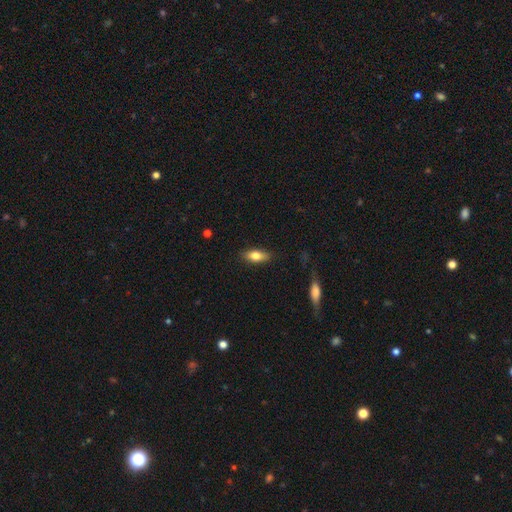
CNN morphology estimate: Smooth or featured?
  - smooth: 75% *
  - featured or disk: 18%
  - star or artifact: 7%
How rounded?
  - in between: 77% *
  - cigar-shaped: 20%
  - round: 3%
Merging?
  - none: 85% *
  - minor disturbance: 11%
  - major disturbance: 2%
  - merger: 1%